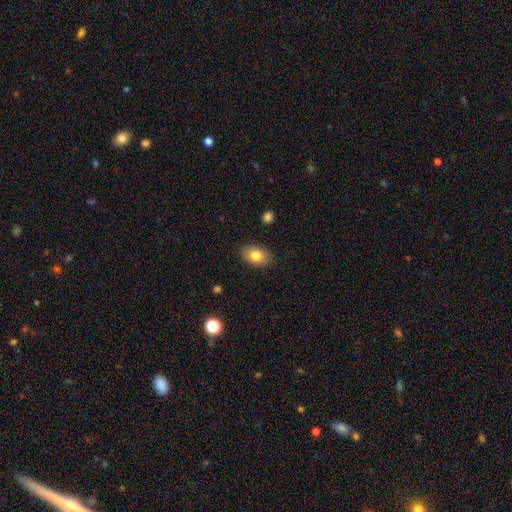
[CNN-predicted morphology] This appears to be a smooth galaxy with no disk features (80%) that is in between round and cigar-shaped (89%). Merging: none (87%).